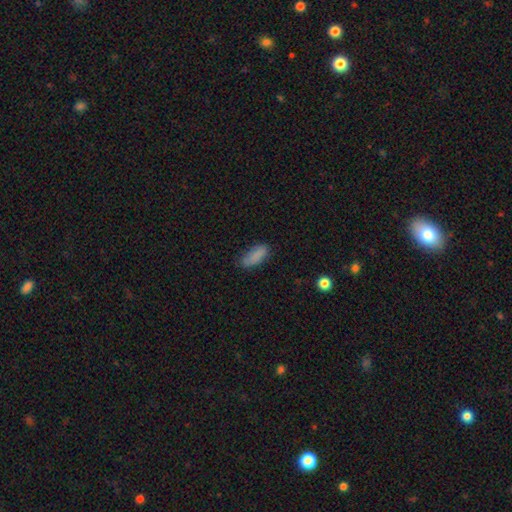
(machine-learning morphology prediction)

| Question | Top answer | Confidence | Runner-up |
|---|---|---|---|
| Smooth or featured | smooth | 86% | star or artifact (8%) |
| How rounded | in between | 81% | cigar-shaped (17%) |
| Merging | none | 75% | minor disturbance (19%) |